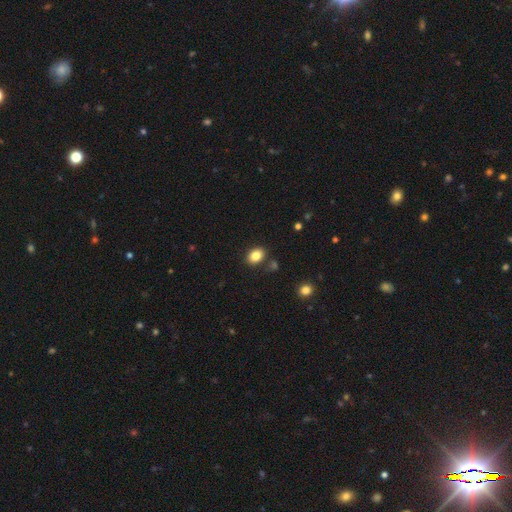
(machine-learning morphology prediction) Smooth or featured? smooth (85%)
How rounded? in between (70%)
Merging? none (82%)